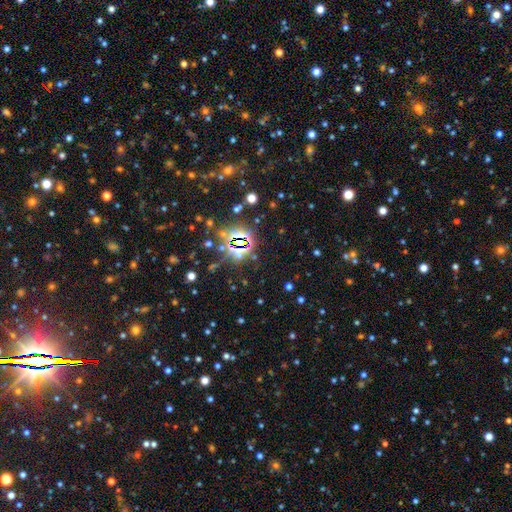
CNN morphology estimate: star or artifact 78%, smooth 14%, featured or disk 8%.